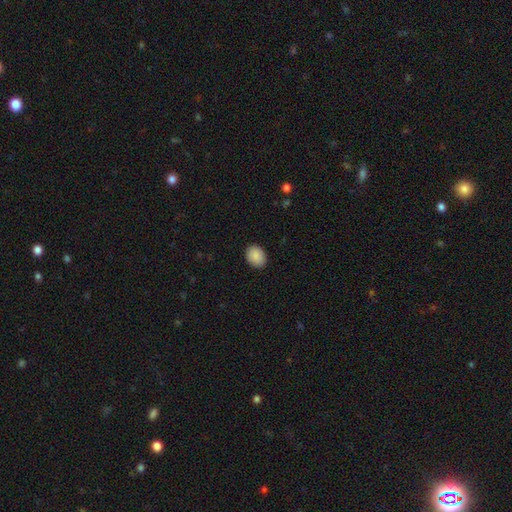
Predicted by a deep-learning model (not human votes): smooth-or-featured: smooth: 90% | star or artifact: 7% | featured or disk: 3%
  how-rounded: in between: 64% | round: 36% | cigar-shaped: 1%
  merging: none: 89% | minor disturbance: 8% | major disturbance: 2% | merger: 1%